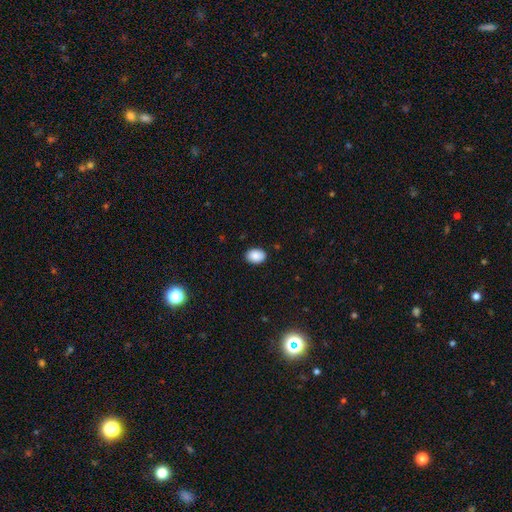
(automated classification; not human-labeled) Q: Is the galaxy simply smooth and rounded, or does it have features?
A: smooth — 89%.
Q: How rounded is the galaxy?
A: in between — 75%.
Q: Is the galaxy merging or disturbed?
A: none — 87%.